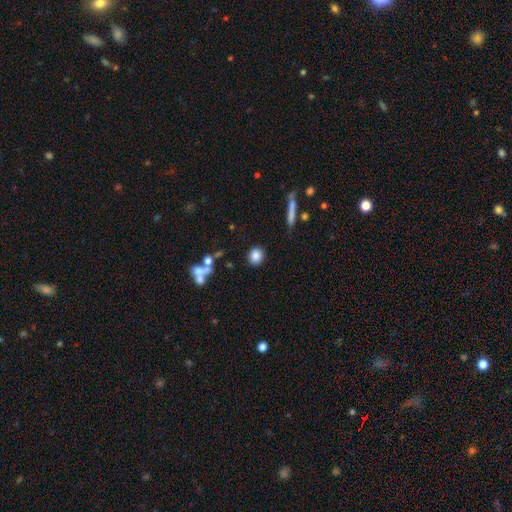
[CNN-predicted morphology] Smooth or featured: smooth — 84% (star or artifact — 9%)
How rounded: round — 80% (in between — 18%)
Merging: none — 86% (minor disturbance — 8%)